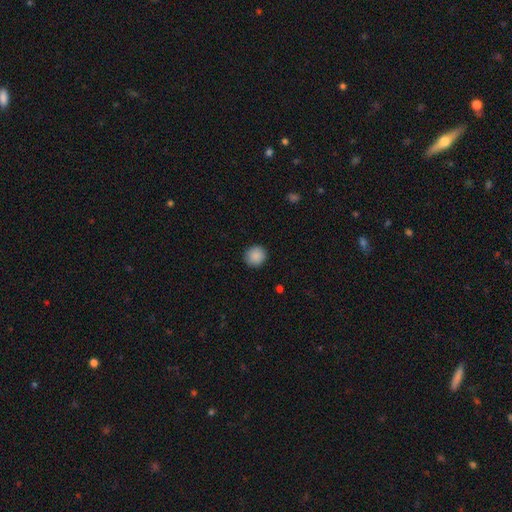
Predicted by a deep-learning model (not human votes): smooth_or_featured: smooth (p=0.89) [alt: star or artifact p=0.08]
how_rounded: round (p=0.91) [alt: in between p=0.08]
merging: none (p=0.91) [alt: minor disturbance p=0.06]